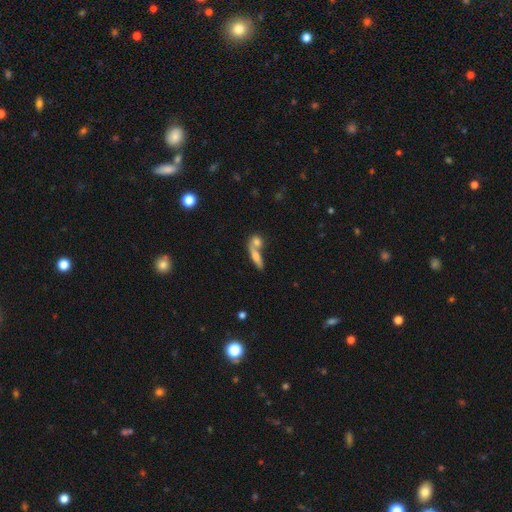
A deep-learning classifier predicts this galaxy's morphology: smooth 58%, featured or disk 32%, star or artifact 10%. Down the decision tree: how rounded — cigar-shaped (58%); merging — merger (45%).